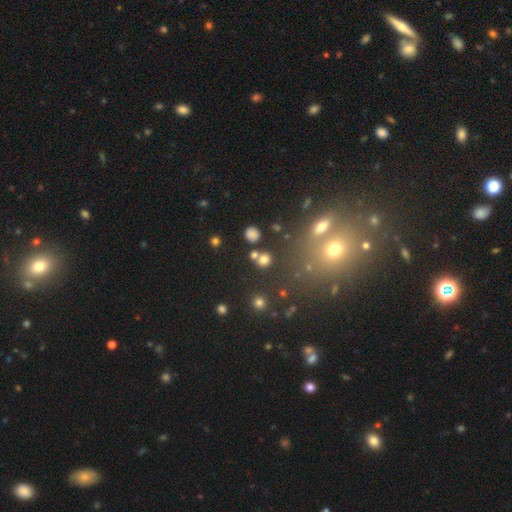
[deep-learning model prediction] Smooth or featured? Predicted: smooth (p=0.58). How rounded? Predicted: round (p=0.77). Merging? Predicted: none (p=0.73).